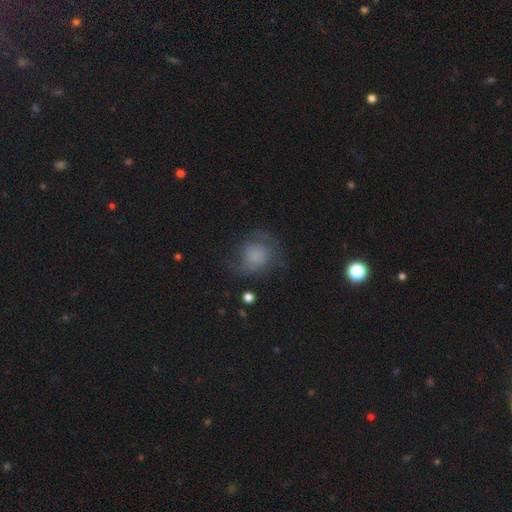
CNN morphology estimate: Overall: smooth (47%; featured or disk 42%). Merging: none (58%; minor disturbance 22%).